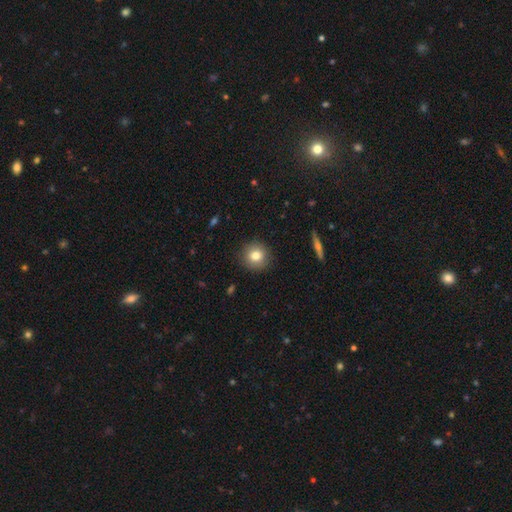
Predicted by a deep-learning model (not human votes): Overall: smooth (80%). How rounded: round (91%). Merging: none (90%).